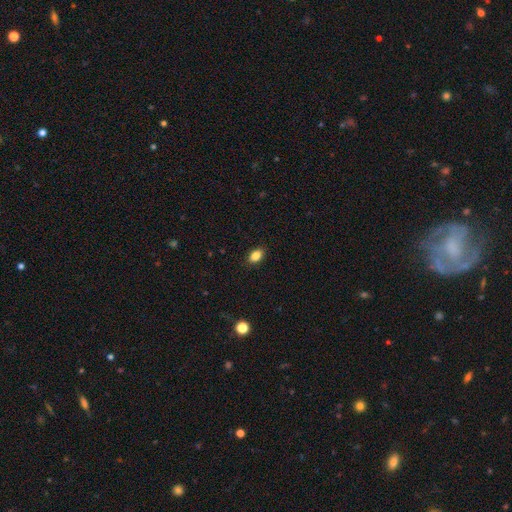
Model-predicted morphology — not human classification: This appears to be a smooth galaxy with no disk features (86%) that is in between round and cigar-shaped (84%). Merging: none (89%).